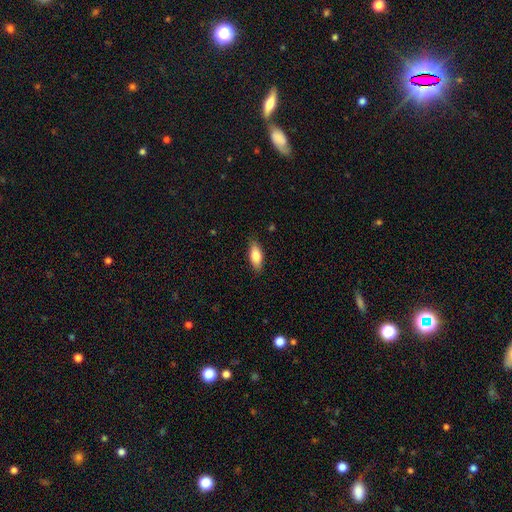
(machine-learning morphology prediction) Q: Smooth or featured?
A: smooth (79%); runner-up: featured or disk (15%)
Q: How rounded?
A: in between (79%); runner-up: cigar-shaped (19%)
Q: Merging?
A: none (85%); runner-up: minor disturbance (12%)